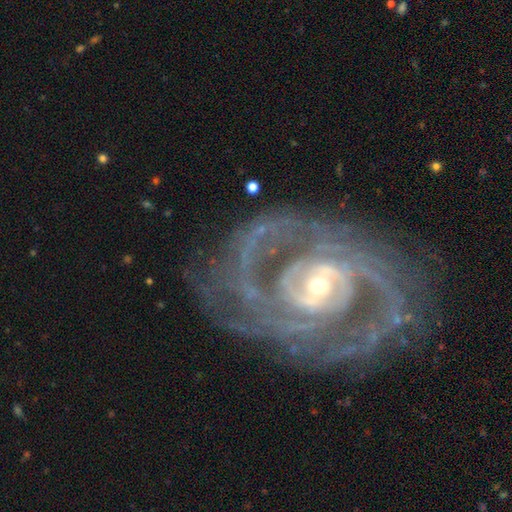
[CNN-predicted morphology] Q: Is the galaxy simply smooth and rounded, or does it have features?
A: featured or disk — 92%.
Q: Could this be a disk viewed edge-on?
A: no — 97%.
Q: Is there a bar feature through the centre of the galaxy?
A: no — 41%.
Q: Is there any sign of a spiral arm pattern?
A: yes — 97%.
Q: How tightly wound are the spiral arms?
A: tight — 49%.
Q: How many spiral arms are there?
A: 2 — 60%.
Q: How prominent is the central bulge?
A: small — 54%.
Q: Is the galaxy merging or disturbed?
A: none — 73%.